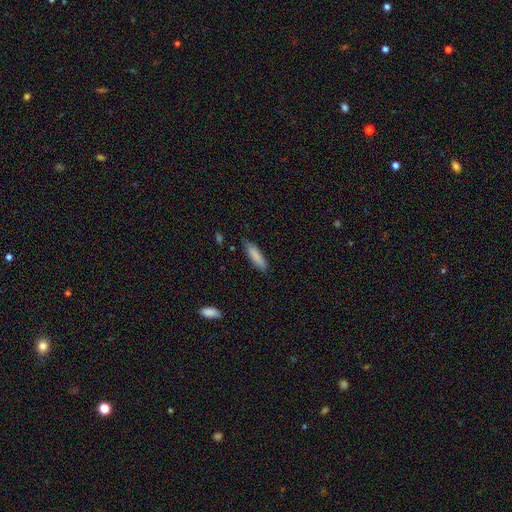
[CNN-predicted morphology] Smooth or featured: smooth — 85% (featured or disk — 9%)
How rounded: cigar-shaped — 64% (in between — 34%)
Merging: none — 79% (minor disturbance — 17%)